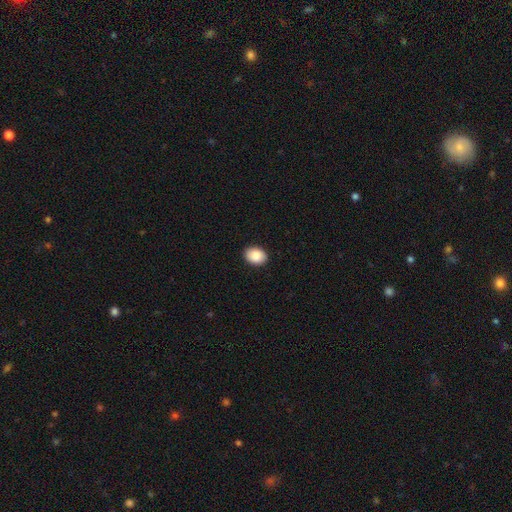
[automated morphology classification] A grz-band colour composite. It shows a smooth galaxy with no disk features (89%) that is in between round and cigar-shaped (71%). Merging: none (90%).